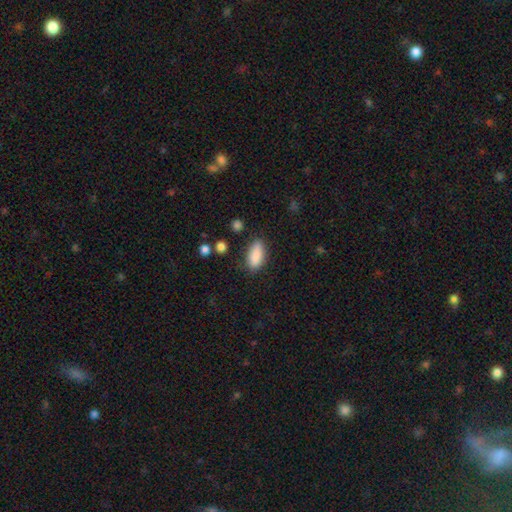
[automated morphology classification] smooth 88%, star or artifact 7%, featured or disk 5%. Down the decision tree: how rounded — in between (82%); merging — none (79%).